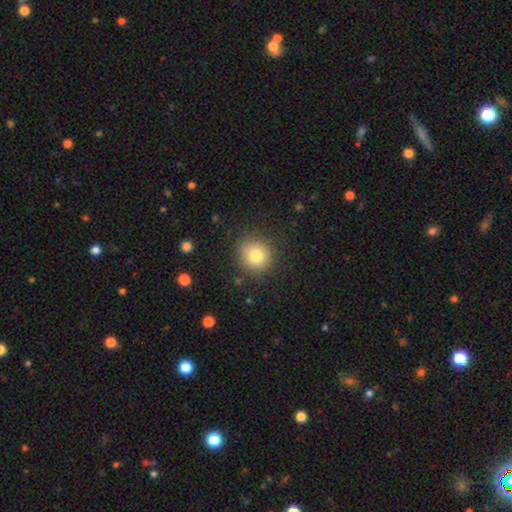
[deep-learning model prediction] Smooth or featured: smooth — 80% (star or artifact — 11%)
How rounded: round — 89% (in between — 10%)
Merging: none — 84% (minor disturbance — 11%)